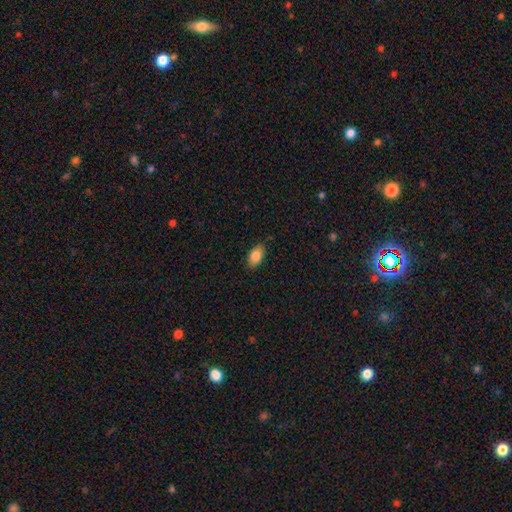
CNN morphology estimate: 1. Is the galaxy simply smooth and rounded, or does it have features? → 86% smooth, 7% star or artifact, 7% featured or disk.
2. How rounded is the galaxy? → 93% in between, 4% round, 3% cigar-shaped.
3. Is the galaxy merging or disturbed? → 82% none, 14% minor disturbance, 3% major disturbance, 1% merger.